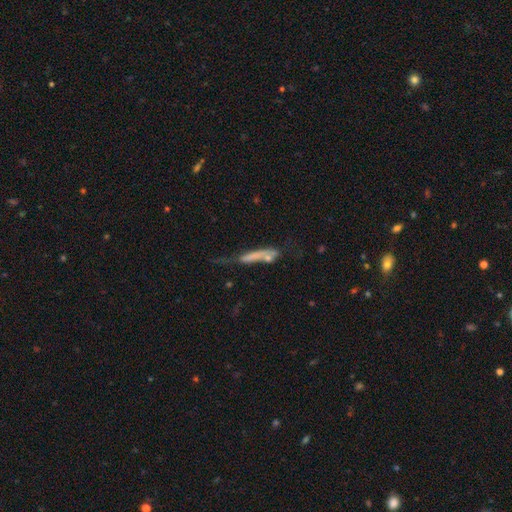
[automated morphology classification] type=smooth (55%); roundness=cigar-shaped (81%); merging=none (31%).